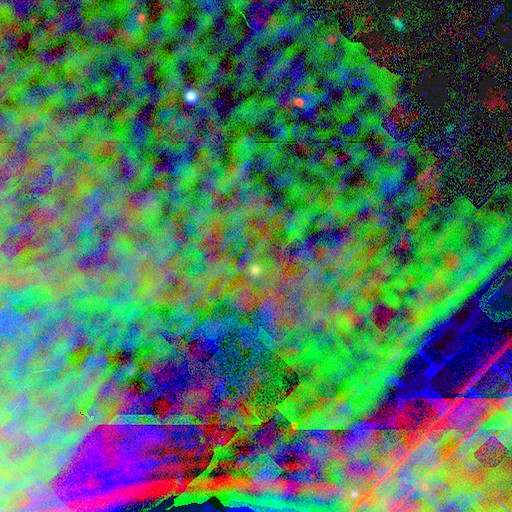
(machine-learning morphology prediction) Smooth or featured? star or artifact (82%)